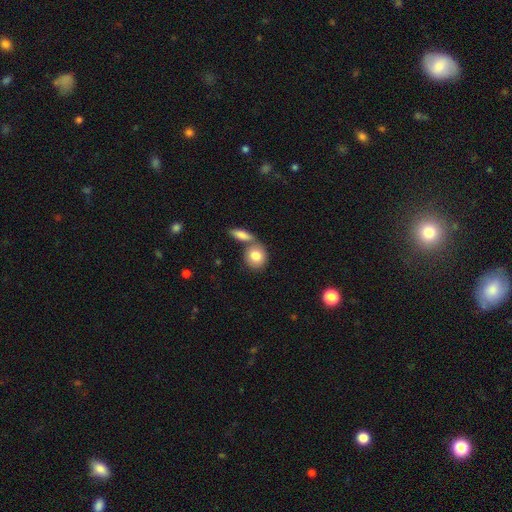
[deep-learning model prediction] Smooth or featured? Predicted: smooth (p=0.81). How rounded? Predicted: round (p=0.69). Merging? Predicted: none (p=0.54).